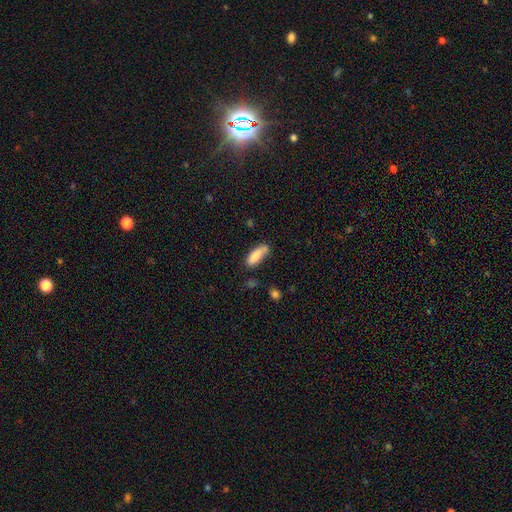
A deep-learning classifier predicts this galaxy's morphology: A smooth galaxy with no disk features (84%) that is in between round and cigar-shaped (67%). Merging: none (56%).